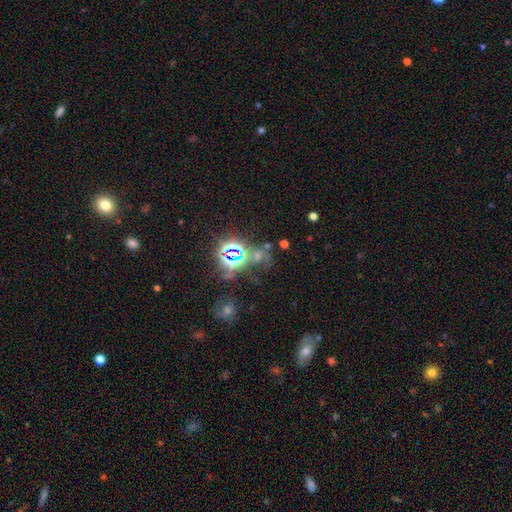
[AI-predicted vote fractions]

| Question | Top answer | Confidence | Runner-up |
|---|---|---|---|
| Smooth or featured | star or artifact | 73% | smooth (16%) |